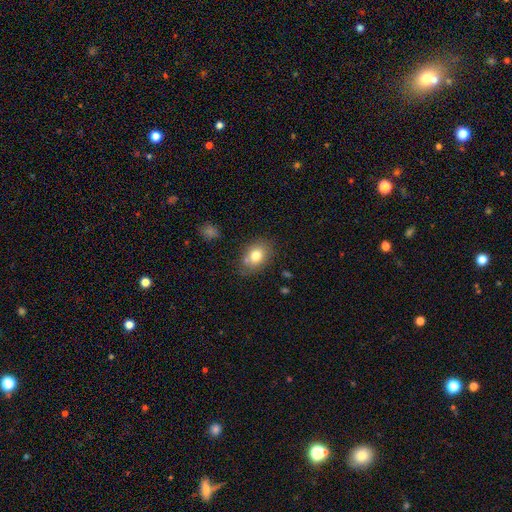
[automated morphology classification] Smooth or featured? Predicted: smooth (p=0.78). How rounded? Predicted: in between (p=0.72). Merging? Predicted: none (p=0.70).